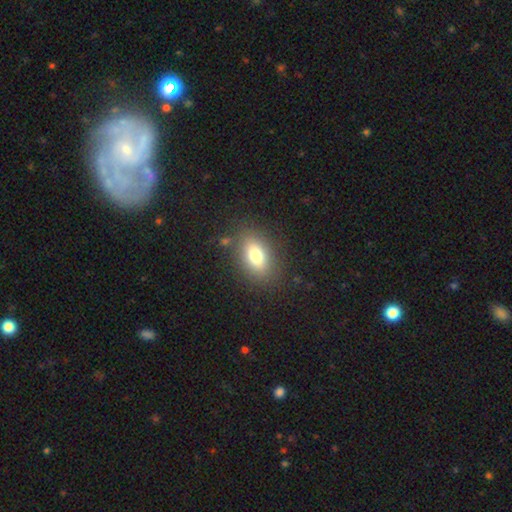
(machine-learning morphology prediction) Q: Smooth or featured?
A: smooth (76%); runner-up: featured or disk (14%)
Q: How rounded?
A: in between (84%); runner-up: round (13%)
Q: Merging?
A: none (83%); runner-up: minor disturbance (10%)